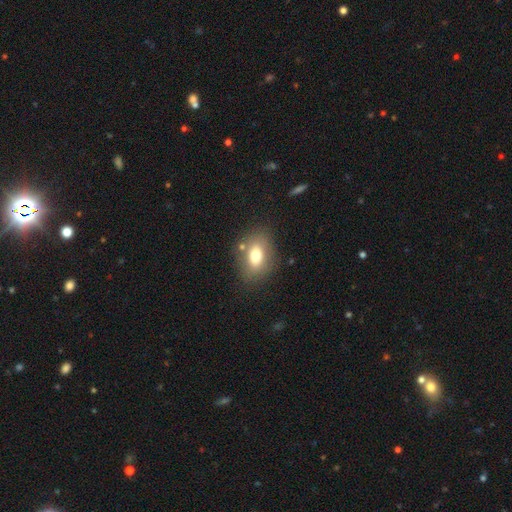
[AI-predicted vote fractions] smooth 74%, featured or disk 17%, star or artifact 10%. Down the decision tree: how rounded — in between (79%); merging — none (76%).